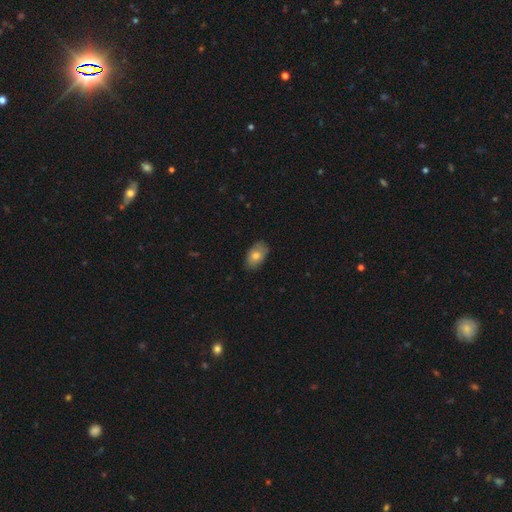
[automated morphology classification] This appears to be a smooth galaxy with no disk features (78%) that is in between round and cigar-shaped (91%). Merging: none (82%).